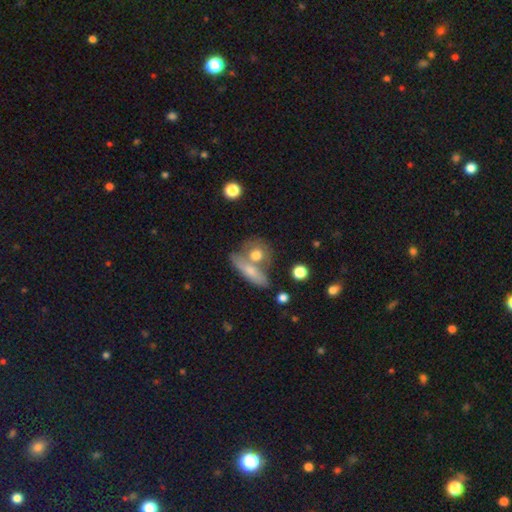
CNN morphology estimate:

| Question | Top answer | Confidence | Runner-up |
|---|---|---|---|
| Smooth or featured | smooth | 67% | featured or disk (25%) |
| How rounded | round | 55% | in between (33%) |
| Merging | none | 42% | merger (39%) |